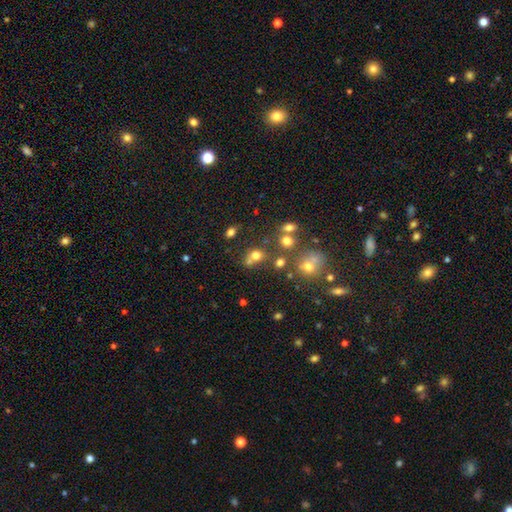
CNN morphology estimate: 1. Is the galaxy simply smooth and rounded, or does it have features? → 68% smooth, 20% star or artifact, 12% featured or disk.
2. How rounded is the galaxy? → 73% round, 26% in between, 1% cigar-shaped.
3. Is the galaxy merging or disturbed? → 50% none, 33% merger, 11% minor disturbance, 6% major disturbance.